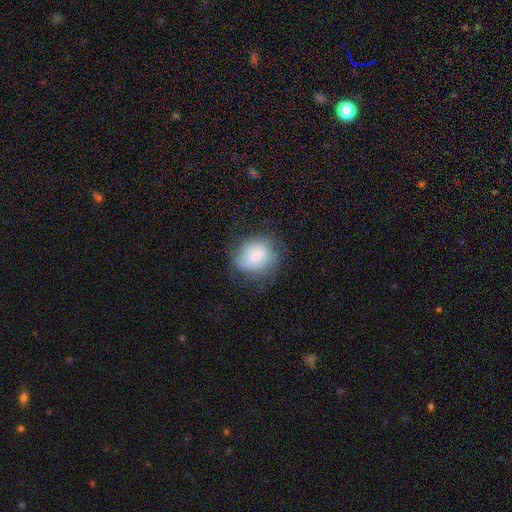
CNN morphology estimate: Q: Smooth or featured?
A: smooth (50%); runner-up: featured or disk (41%)
Q: Merging?
A: none (60%); runner-up: minor disturbance (23%)